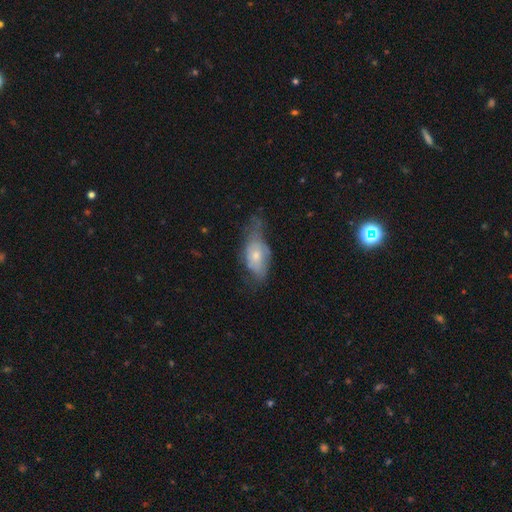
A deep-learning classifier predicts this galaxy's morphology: Q: Smooth or featured?
A: featured or disk (47%); runner-up: smooth (45%)
Q: Merging?
A: minor disturbance (37%); runner-up: none (31%)